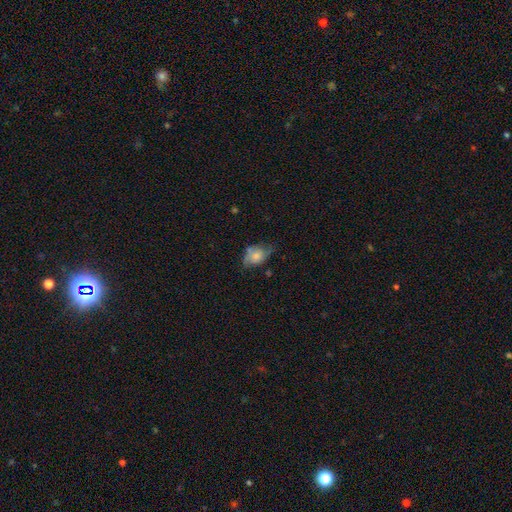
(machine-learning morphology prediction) Smooth or featured? smooth (54%)
How rounded? in between (76%)
Merging? none (45%)